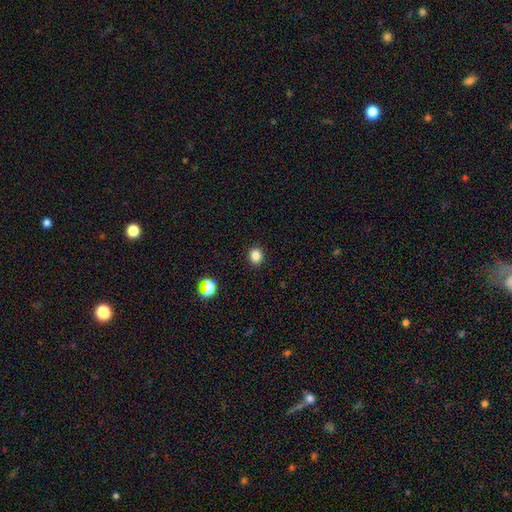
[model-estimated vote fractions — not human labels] A smooth galaxy with no disk features (83%) that is round (78%). Merging: none (92%).